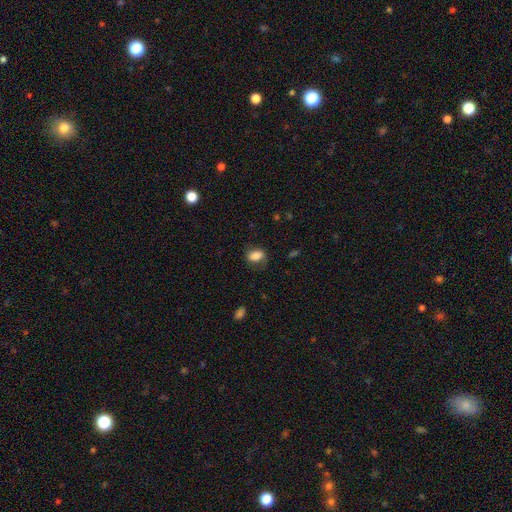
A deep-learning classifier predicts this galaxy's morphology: smooth 79%, featured or disk 13%, star or artifact 9%. Down the decision tree: how rounded — in between (76%); merging — none (63%).